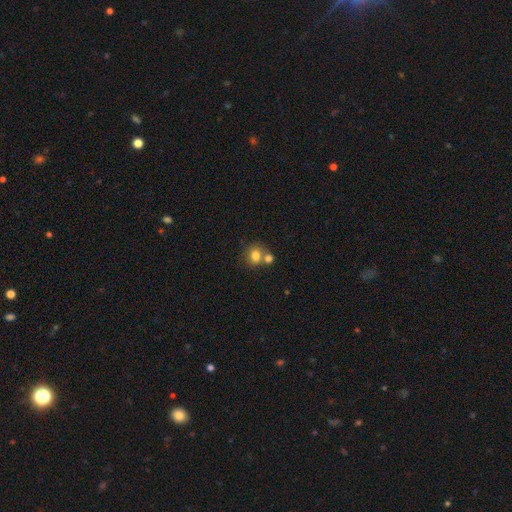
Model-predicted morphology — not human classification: Smooth or featured? Predicted: smooth (p=0.80). How rounded? Predicted: round (p=0.72). Merging? Predicted: none (p=0.49).